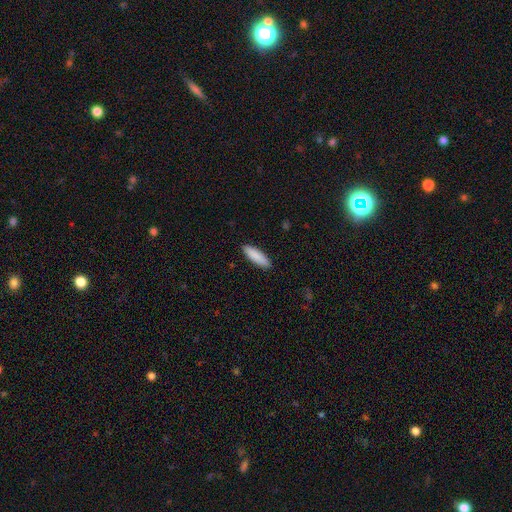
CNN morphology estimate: Smooth or featured? smooth (89%)
How rounded? cigar-shaped (57%)
Merging? none (91%)